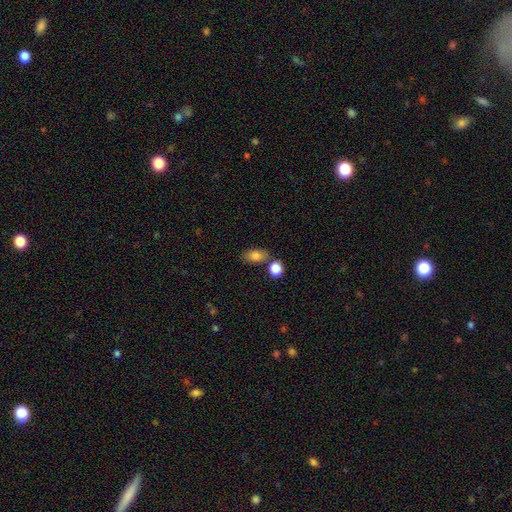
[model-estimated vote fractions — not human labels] smooth 83%, star or artifact 9%, featured or disk 8%. Down the decision tree: how rounded — in between (87%); merging — none (71%).